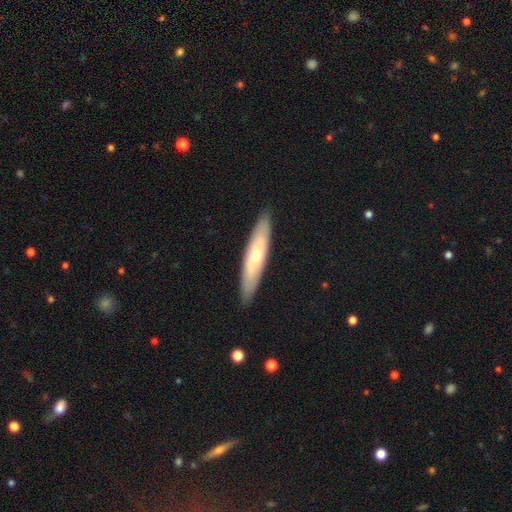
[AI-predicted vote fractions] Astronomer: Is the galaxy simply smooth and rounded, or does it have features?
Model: featured or disk — 53% (runner-up: smooth, 39%).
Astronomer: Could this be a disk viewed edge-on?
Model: yes — 66%.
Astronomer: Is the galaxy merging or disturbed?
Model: none — 89%.